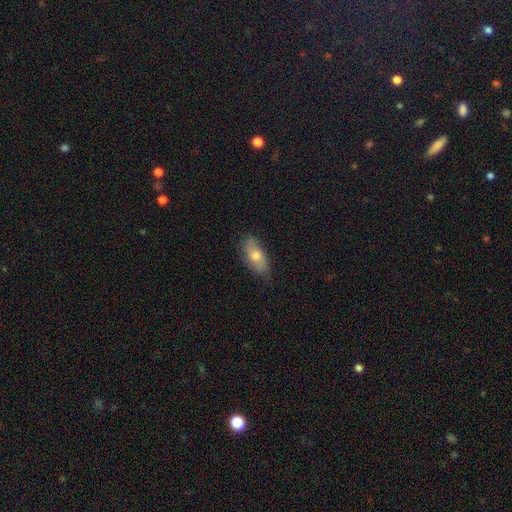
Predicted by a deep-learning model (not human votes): Q: Smooth or featured?
A: smooth (62%); runner-up: featured or disk (31%)
Q: How rounded?
A: in between (85%); runner-up: cigar-shaped (11%)
Q: Merging?
A: none (77%); runner-up: minor disturbance (19%)